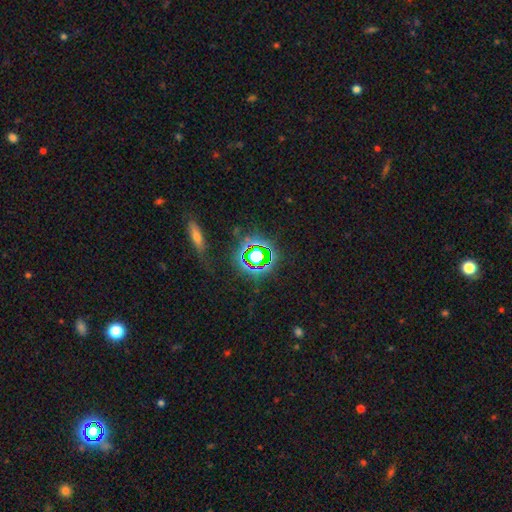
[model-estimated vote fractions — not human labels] Morphology: type=star or artifact (71%).